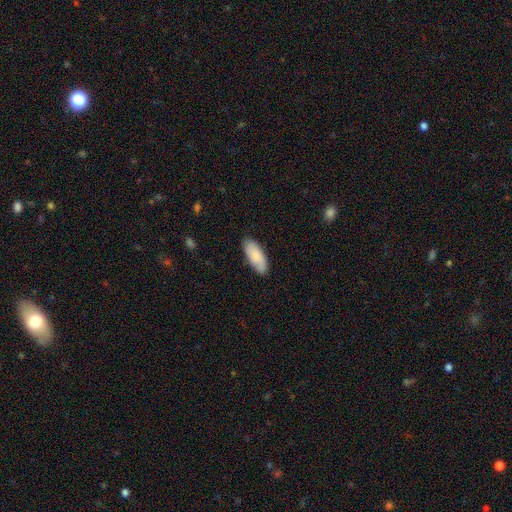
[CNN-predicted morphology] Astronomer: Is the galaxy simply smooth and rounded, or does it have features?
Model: smooth — 82%.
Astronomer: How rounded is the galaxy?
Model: in between — 82%.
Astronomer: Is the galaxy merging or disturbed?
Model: none — 82%.